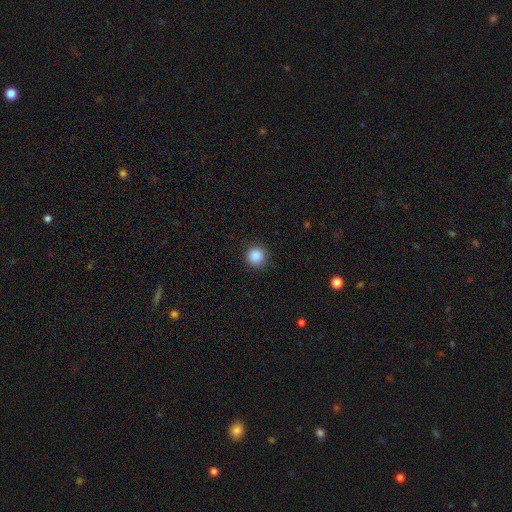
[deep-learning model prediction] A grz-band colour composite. It shows a smooth galaxy with no disk features (88%) that is round (95%). Merging: none (91%).